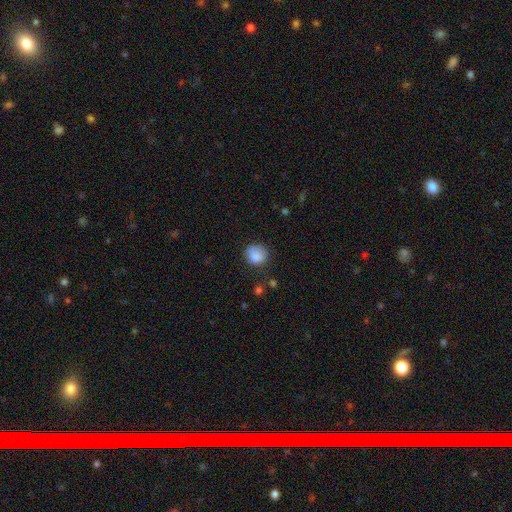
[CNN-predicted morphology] The model was most divided on "merging": none: 64%, minor disturbance: 24%, major disturbance: 8%, merger: 4%. More confident: smooth or featured — smooth (83%); how rounded — round (76%).